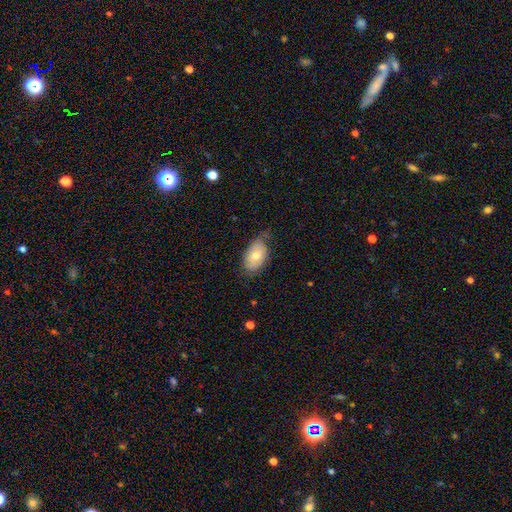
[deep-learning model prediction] This is likely a smooth galaxy (68%). How rounded: clearly in between (91%). Merging: likely none (65%).